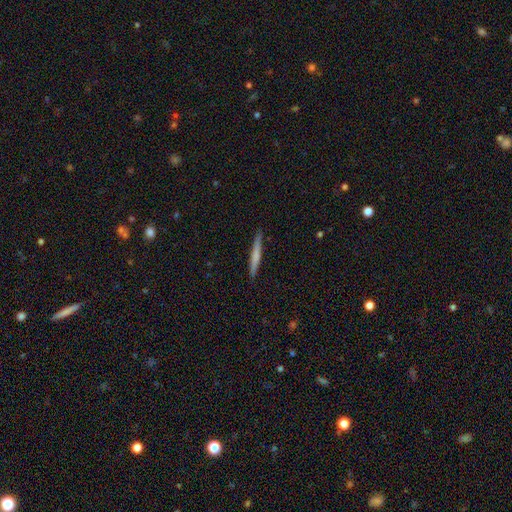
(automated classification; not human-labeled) A smooth galaxy with no disk features (56%) that is cigar-shaped (96%). Merging: none (91%).